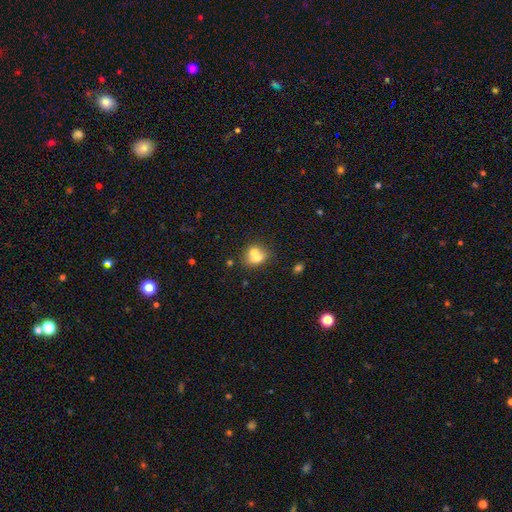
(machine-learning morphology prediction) This appears to be a smooth galaxy with no disk features (65%) that is round (59%). Merging: merger (60%).